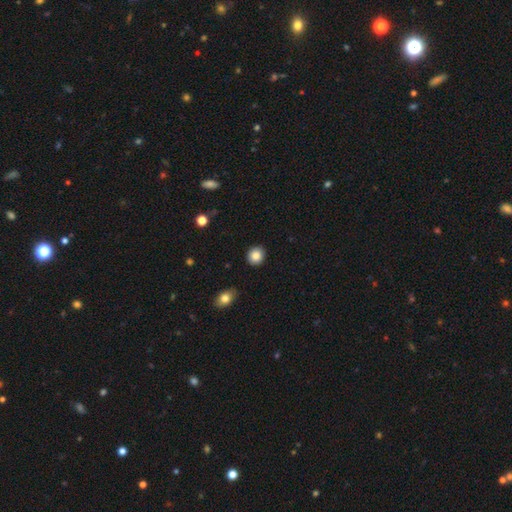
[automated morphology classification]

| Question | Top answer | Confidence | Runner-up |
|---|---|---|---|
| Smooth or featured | smooth | 86% | star or artifact (8%) |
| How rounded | round | 80% | in between (19%) |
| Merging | none | 90% | minor disturbance (6%) |